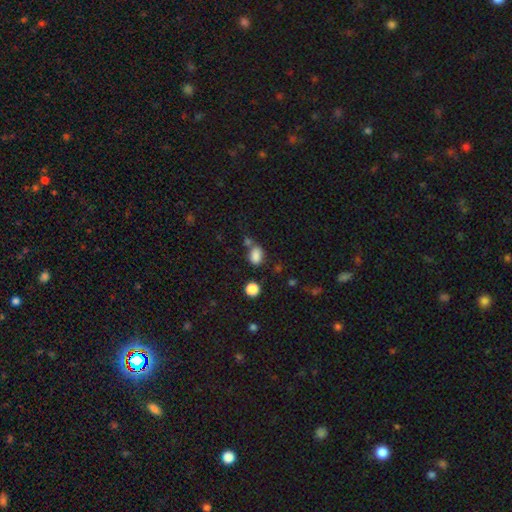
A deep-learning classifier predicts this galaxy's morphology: smooth-or-featured: smooth: 84% | star or artifact: 12% | featured or disk: 5%
  how-rounded: in between: 75% | round: 24% | cigar-shaped: 1%
  merging: none: 59% | merger: 20% | minor disturbance: 16% | major disturbance: 6%